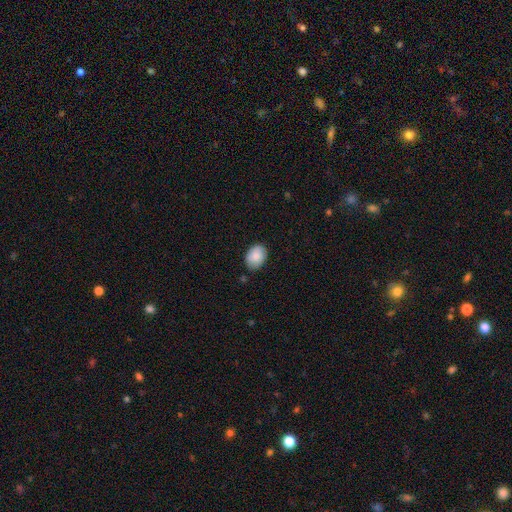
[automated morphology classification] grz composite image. It shows a smooth galaxy with no disk features (87%) that is in between round and cigar-shaped (76%). Merging: none (81%).